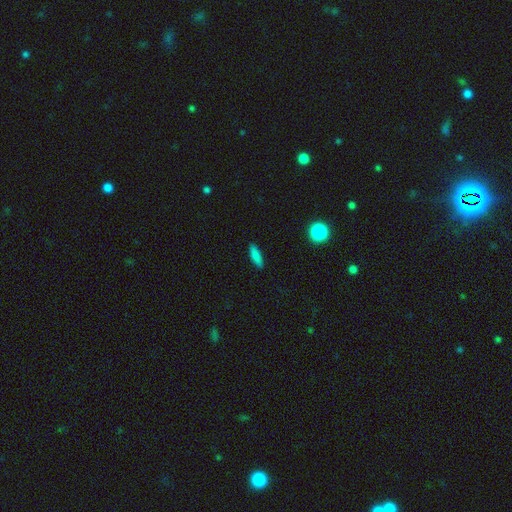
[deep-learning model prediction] Morphology: type=smooth (84%); roundness=cigar-shaped (61%); merging=none (89%).